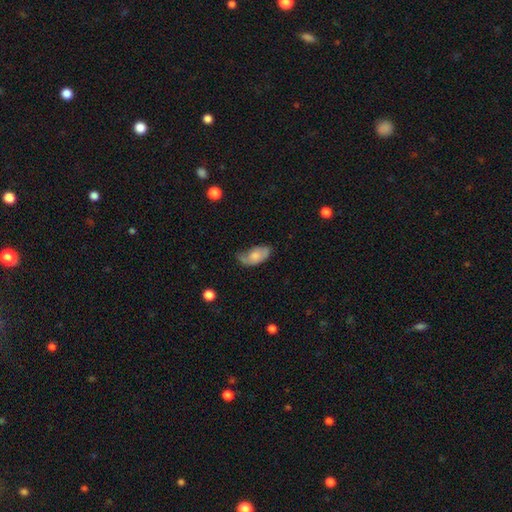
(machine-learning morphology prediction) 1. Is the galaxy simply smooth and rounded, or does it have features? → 61% smooth, 32% featured or disk, 7% star or artifact.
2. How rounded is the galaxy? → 92% in between, 5% round, 3% cigar-shaped.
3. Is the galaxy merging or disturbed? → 38% minor disturbance, 36% none, 22% major disturbance, 3% merger.